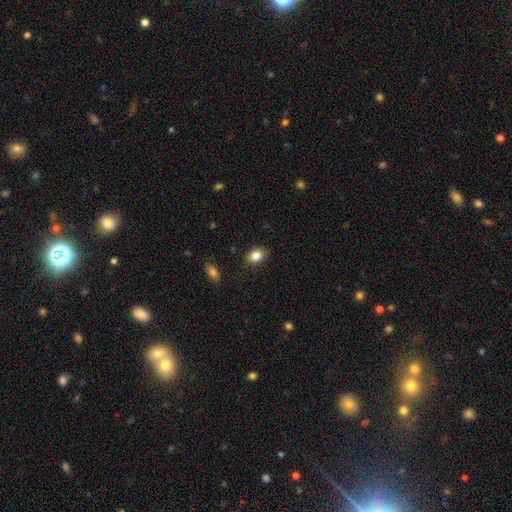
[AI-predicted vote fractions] Q: Smooth or featured?
A: smooth (83%); runner-up: star or artifact (9%)
Q: How rounded?
A: in between (68%); runner-up: round (31%)
Q: Merging?
A: none (84%); runner-up: minor disturbance (13%)